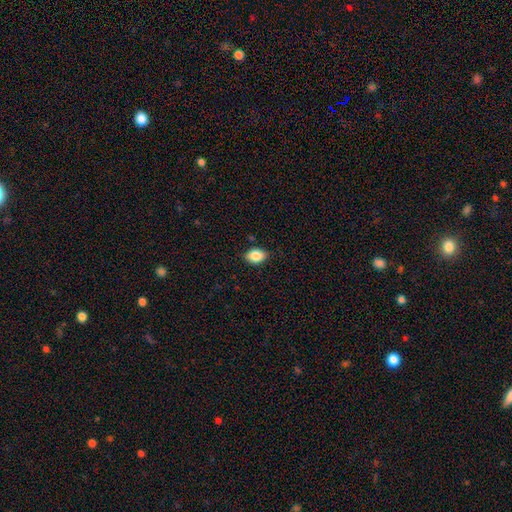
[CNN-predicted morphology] The model was most divided on "how rounded": in between: 81%, round: 18%, cigar-shaped: 1%. More confident: smooth or featured — smooth (87%); merging — none (85%).